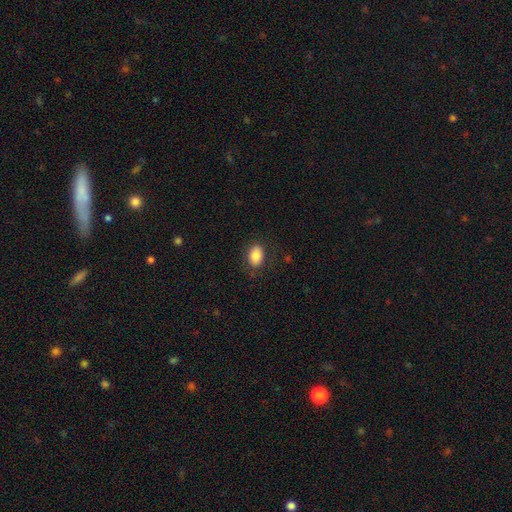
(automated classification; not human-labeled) Smooth or featured? smooth (84%)
How rounded? in between (79%)
Merging? none (82%)